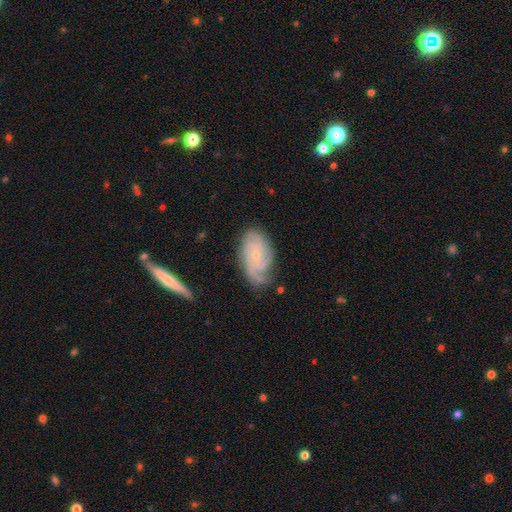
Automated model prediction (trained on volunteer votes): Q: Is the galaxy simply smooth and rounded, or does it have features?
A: featured or disk — 77%.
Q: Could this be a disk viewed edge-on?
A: no — 95%.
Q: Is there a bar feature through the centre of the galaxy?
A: no — 75%.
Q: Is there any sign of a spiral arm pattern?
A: yes — 94%.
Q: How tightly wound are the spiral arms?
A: tight — 58%.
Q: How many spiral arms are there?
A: can't tell — 30%.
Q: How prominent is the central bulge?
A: small — 78%.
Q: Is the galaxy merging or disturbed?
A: none — 66%.